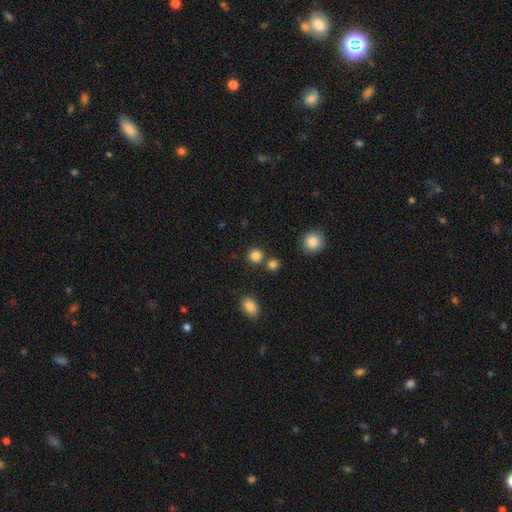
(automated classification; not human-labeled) The model was most divided on "merging": none: 79%, merger: 11%, minor disturbance: 7%, major disturbance: 3%. More confident: how rounded — round (90%); smooth or featured — smooth (84%).